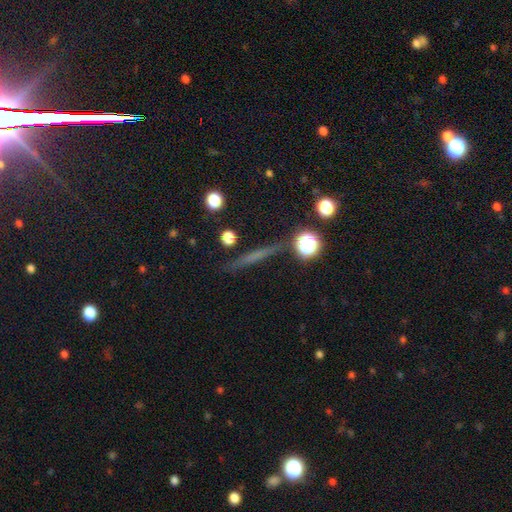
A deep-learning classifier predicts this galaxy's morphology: type=featured or disk (41%, tied with smooth); merging=none (85%).